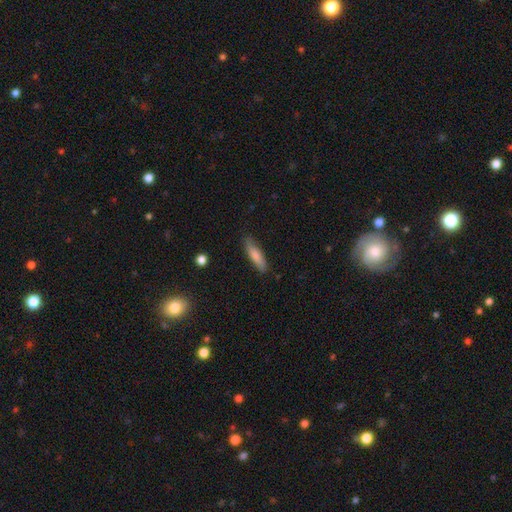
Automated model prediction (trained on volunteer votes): Smooth or featured: smooth — 80% (featured or disk — 15%)
How rounded: cigar-shaped — 69% (in between — 29%)
Merging: none — 83% (minor disturbance — 14%)